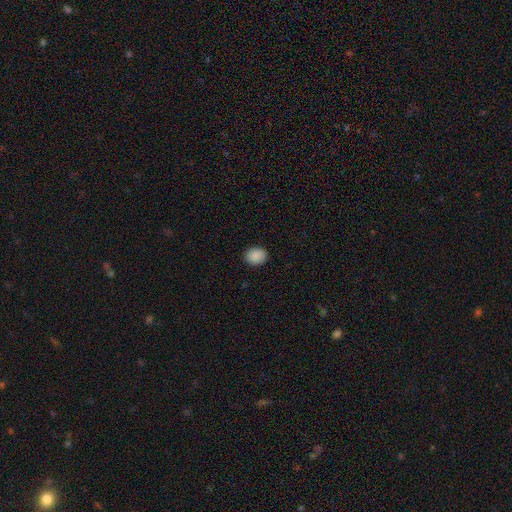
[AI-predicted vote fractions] Smooth or featured? smooth (90%)
How rounded? round (56%)
Merging? none (89%)